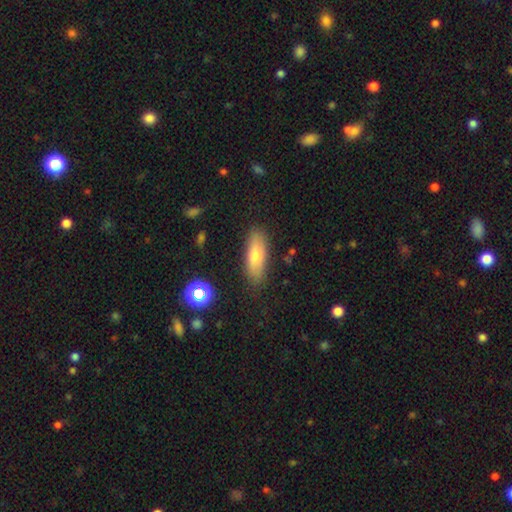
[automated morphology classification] smooth-or-featured: smooth: 71% | featured or disk: 21% | star or artifact: 8%
  how-rounded: in between: 61% | cigar-shaped: 36% | round: 3%
  merging: none: 84% | minor disturbance: 11% | major disturbance: 3% | merger: 2%